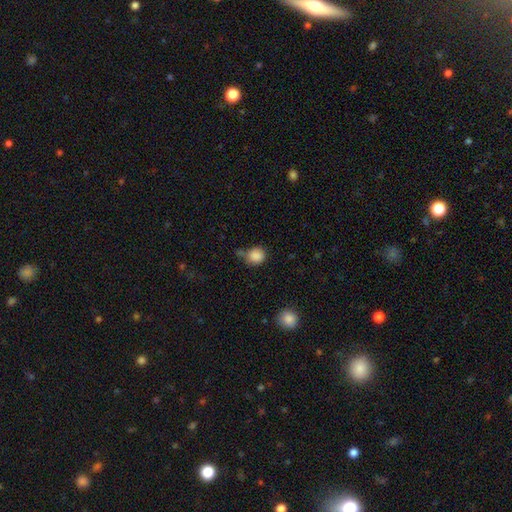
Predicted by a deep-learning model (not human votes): A smooth galaxy with no disk features (86%) that is round (83%). Merging: none (58%).